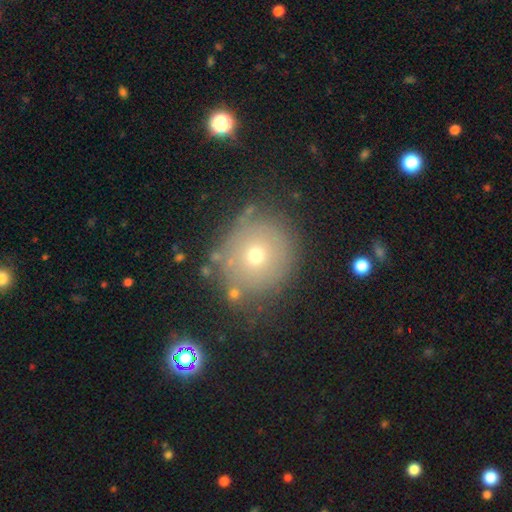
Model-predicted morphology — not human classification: Smooth or featured?
  - smooth: 63% *
  - featured or disk: 21%
  - star or artifact: 16%
How rounded?
  - round: 87% *
  - in between: 12%
  - cigar-shaped: 1%
Merging?
  - none: 77% *
  - minor disturbance: 14%
  - major disturbance: 6%
  - merger: 4%